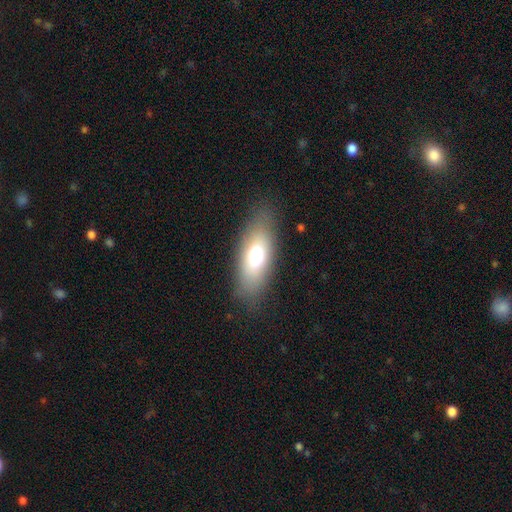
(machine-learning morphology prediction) type=smooth (71%); roundness=in between (78%); merging=none (81%).